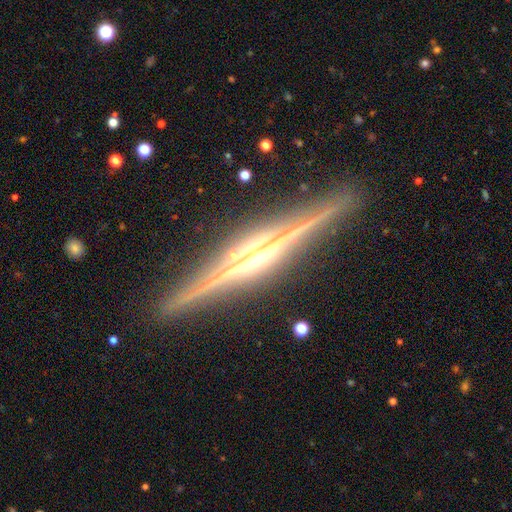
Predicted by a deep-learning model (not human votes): featured or disk 90%, star or artifact 6%, smooth 4%. Down the decision tree: edge-on disk — yes (98%); edge-on bulge — rounded (82%); merging — none (91%).